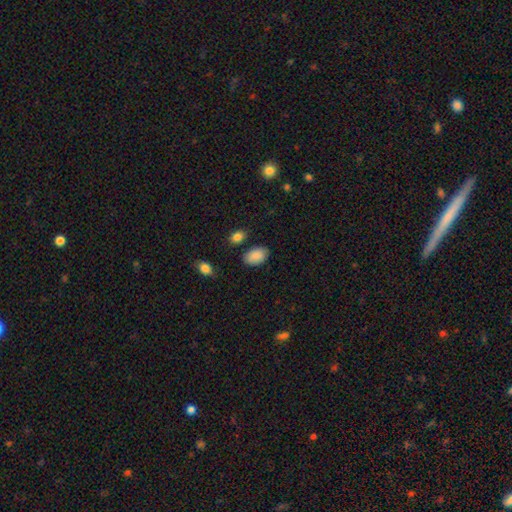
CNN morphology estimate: Smooth or featured: smooth — 89% (star or artifact — 7%)
How rounded: in between — 89% (round — 10%)
Merging: none — 81% (minor disturbance — 13%)